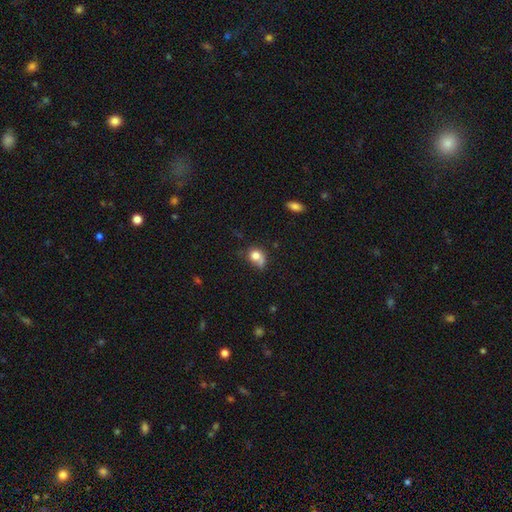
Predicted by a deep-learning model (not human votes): Overall: smooth (77%). How rounded: round (65%; in between 34%). Merging: none (40%; minor disturbance 26%).